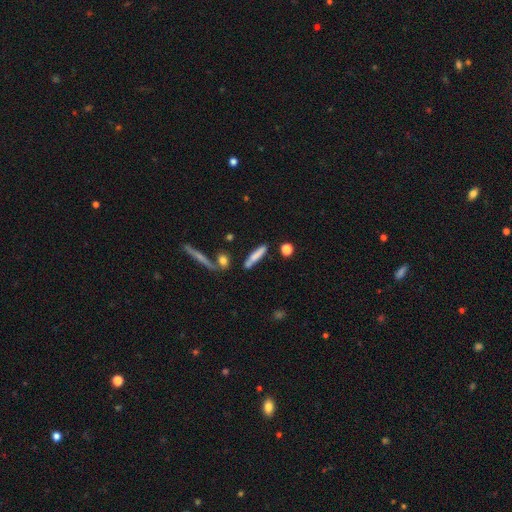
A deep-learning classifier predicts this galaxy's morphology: smooth-or-featured: smooth: 72% | featured or disk: 20% | star or artifact: 8%
  how-rounded: cigar-shaped: 84% | in between: 13% | round: 2%
  merging: none: 70% | minor disturbance: 14% | merger: 11% | major disturbance: 4%